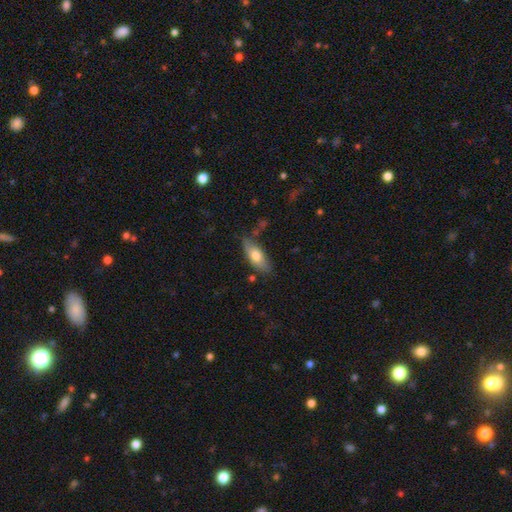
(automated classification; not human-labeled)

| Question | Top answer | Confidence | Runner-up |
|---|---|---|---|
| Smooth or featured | smooth | 71% | featured or disk (23%) |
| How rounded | in between | 77% | cigar-shaped (21%) |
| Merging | none | 73% | minor disturbance (19%) |